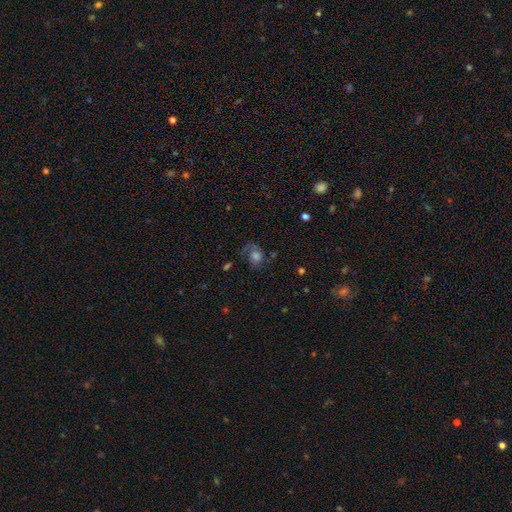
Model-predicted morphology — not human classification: Overall: featured or disk (51%; smooth 33%). Edge-on disk: no (97%). Merging: none (56%; major disturbance 22%).